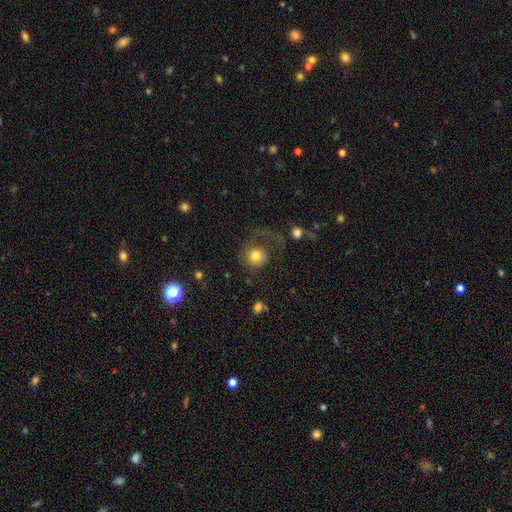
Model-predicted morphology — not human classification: The model was most divided on "merging": major disturbance: 47%, none: 34%, minor disturbance: 15%, merger: 5%. More confident: how rounded — round (84%); smooth or featured — smooth (70%).